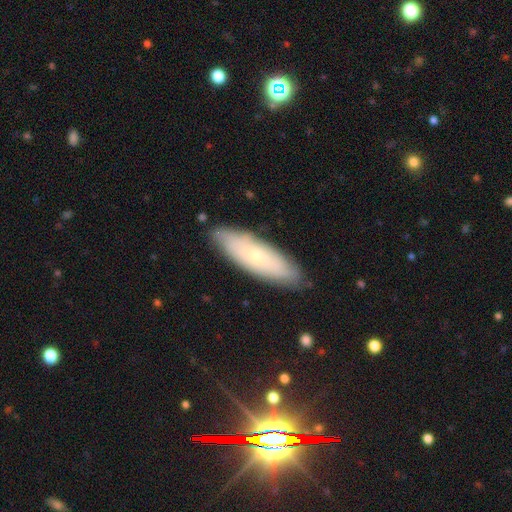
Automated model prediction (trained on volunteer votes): Smooth or featured?
  - smooth: 52% *
  - featured or disk: 41%
  - star or artifact: 7%
How rounded?
  - in between: 49% *
  - cigar-shaped: 48%
  - round: 2%
Merging?
  - none: 83% *
  - minor disturbance: 13%
  - major disturbance: 3%
  - merger: 1%